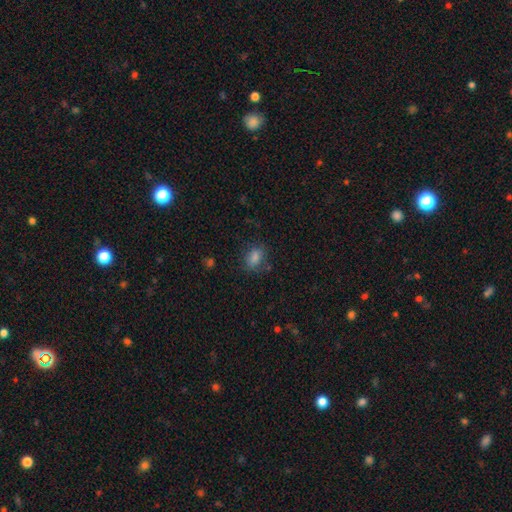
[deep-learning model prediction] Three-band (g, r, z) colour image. It shows a smooth galaxy with no disk features (79%) that is in between round and cigar-shaped (72%). Merging: none (75%).